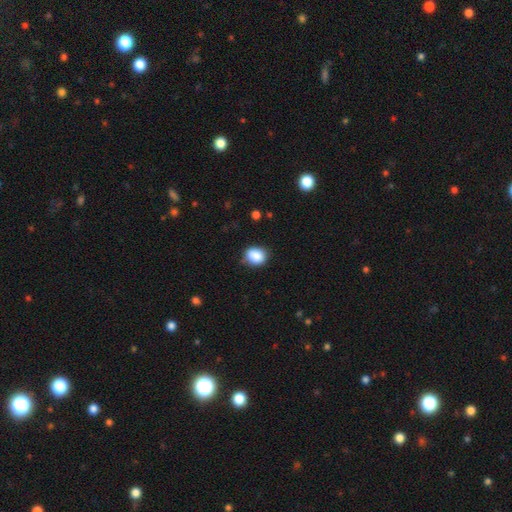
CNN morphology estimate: Smooth or featured: smooth — 87% (star or artifact — 9%)
How rounded: round — 59% (in between — 40%)
Merging: none — 77% (minor disturbance — 18%)